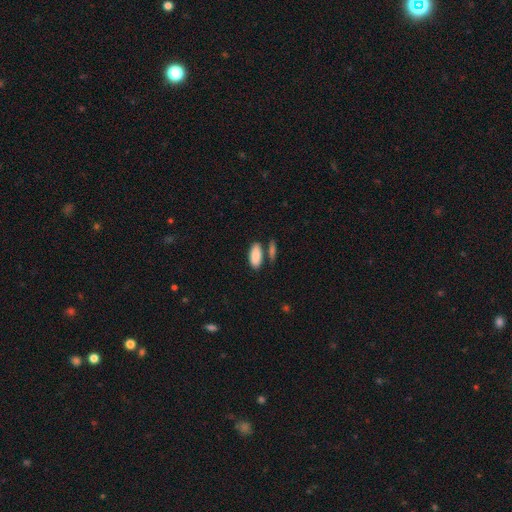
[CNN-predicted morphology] Smooth or featured: smooth — 89% (star or artifact — 6%)
How rounded: in between — 86% (cigar-shaped — 12%)
Merging: none — 67% (merger — 16%)